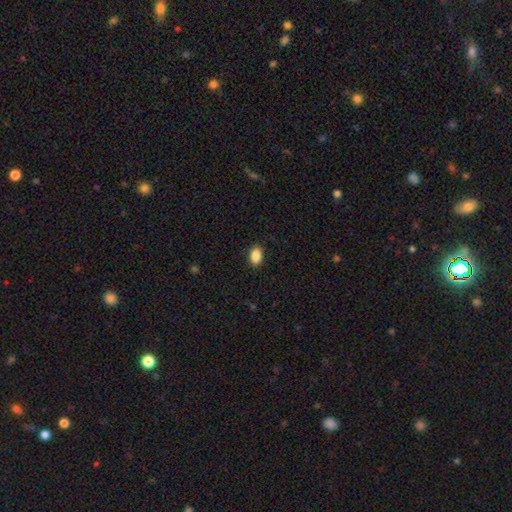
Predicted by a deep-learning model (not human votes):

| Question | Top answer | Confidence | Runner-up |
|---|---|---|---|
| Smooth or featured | smooth | 89% | star or artifact (8%) |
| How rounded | in between | 88% | round (10%) |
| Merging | none | 89% | minor disturbance (8%) |